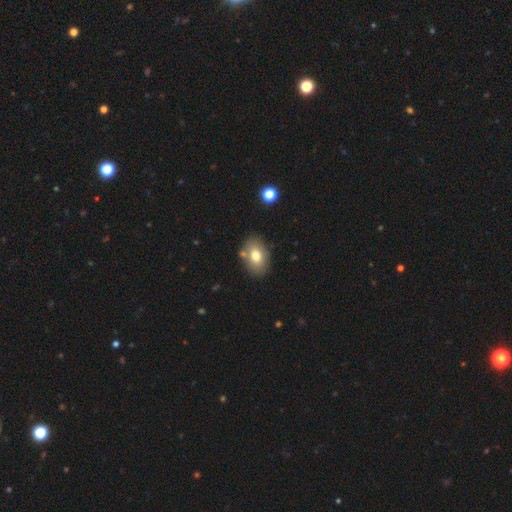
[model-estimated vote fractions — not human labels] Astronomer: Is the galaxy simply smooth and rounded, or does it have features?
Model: smooth — 76%.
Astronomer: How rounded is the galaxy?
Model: in between — 81%.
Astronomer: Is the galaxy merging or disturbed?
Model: none — 78%.